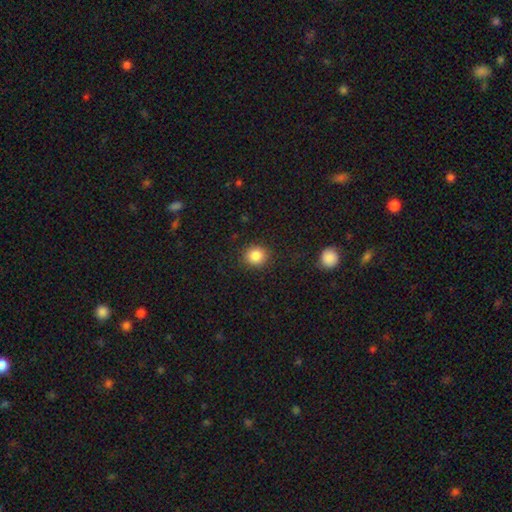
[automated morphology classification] smooth_or_featured: smooth (p=0.85) [alt: star or artifact p=0.10]
how_rounded: round (p=0.85) [alt: in between p=0.14]
merging: none (p=0.89) [alt: minor disturbance p=0.07]